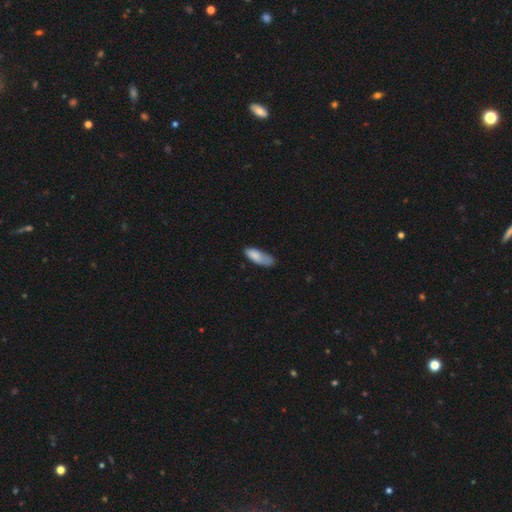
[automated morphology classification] smooth-or-featured: smooth: 82% | featured or disk: 11% | star or artifact: 7%
  how-rounded: in between: 68% | cigar-shaped: 30% | round: 2%
  merging: none: 48% | minor disturbance: 36% | major disturbance: 13% | merger: 4%